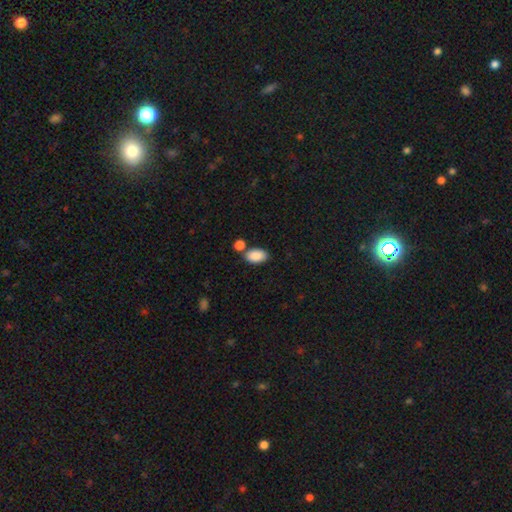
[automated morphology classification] Overall: smooth (89%). How rounded: in between (94%). Merging: none (70%).